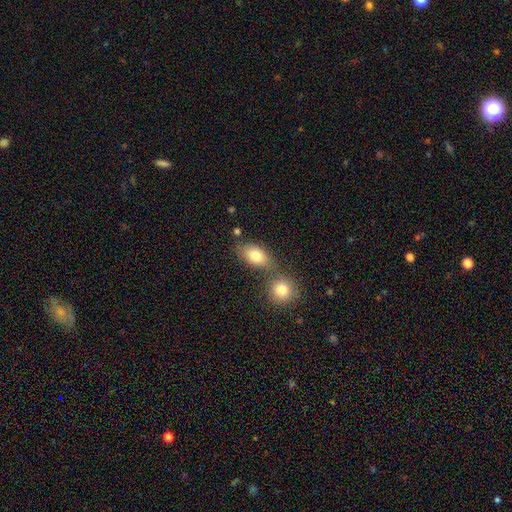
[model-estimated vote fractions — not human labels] This appears to be a smooth galaxy with no disk features (80%) that is in between round and cigar-shaped (82%). Merging: none (53%).